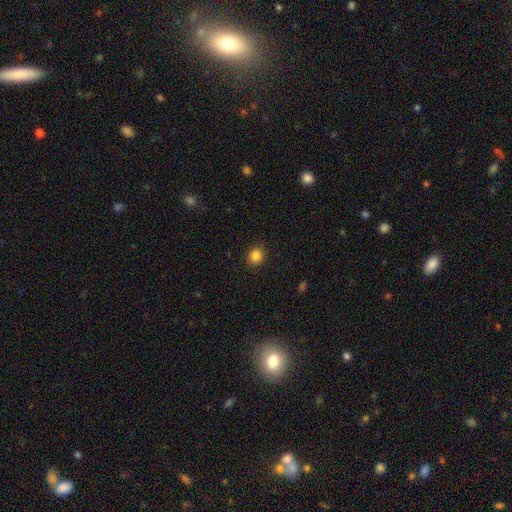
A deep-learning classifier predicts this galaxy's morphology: This is clearly a smooth galaxy (85%). How rounded: likely round (79%). Merging: clearly none (90%).